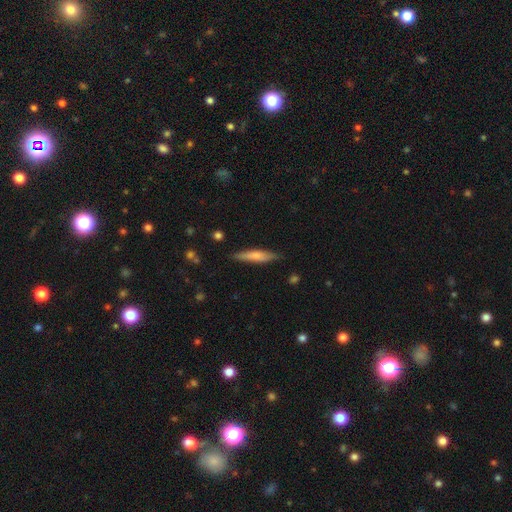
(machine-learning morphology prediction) type=smooth (65%); roundness=cigar-shaped (85%); merging=none (83%).